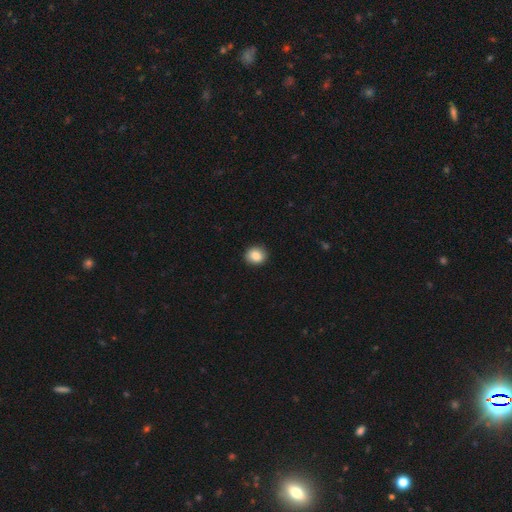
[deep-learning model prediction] This is clearly a smooth galaxy (86%). How rounded: likely round (72%). Merging: clearly none (90%).